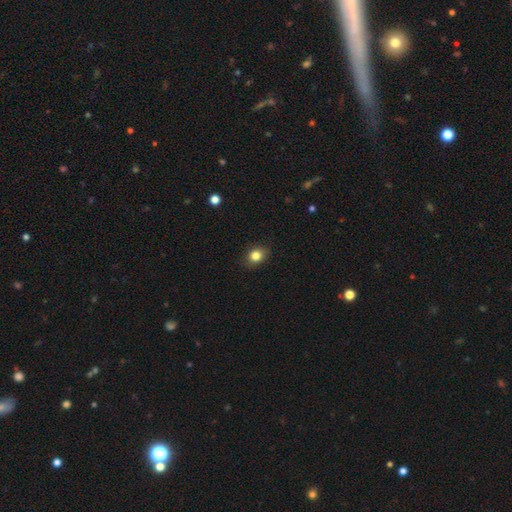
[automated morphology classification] smooth_or_featured: smooth (p=0.83) [alt: star or artifact p=0.10]
how_rounded: round (p=0.50) [alt: in between p=0.49]
merging: none (p=0.86) [alt: minor disturbance p=0.11]